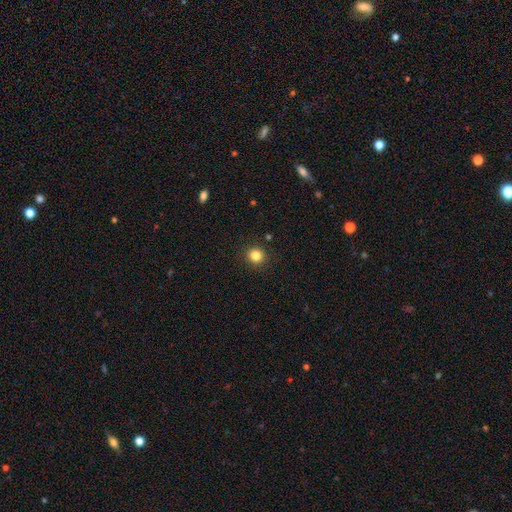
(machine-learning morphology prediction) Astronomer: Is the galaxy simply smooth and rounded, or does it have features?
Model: smooth — 83%.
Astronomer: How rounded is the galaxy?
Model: round — 91%.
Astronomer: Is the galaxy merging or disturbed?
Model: none — 91%.